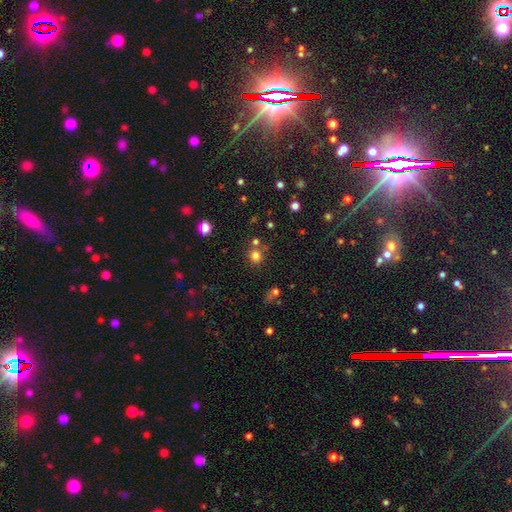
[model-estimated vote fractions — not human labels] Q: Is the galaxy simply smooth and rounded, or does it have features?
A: smooth — 75%.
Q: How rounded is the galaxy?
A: round — 89%.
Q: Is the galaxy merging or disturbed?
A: none — 71%.